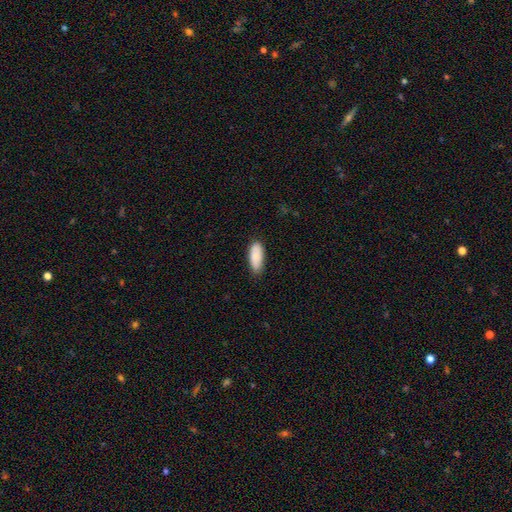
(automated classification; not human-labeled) smooth_or_featured: smooth (p=0.89) [alt: star or artifact p=0.06]
how_rounded: in between (p=0.80) [alt: cigar-shaped p=0.18]
merging: none (p=0.80) [alt: minor disturbance p=0.17]